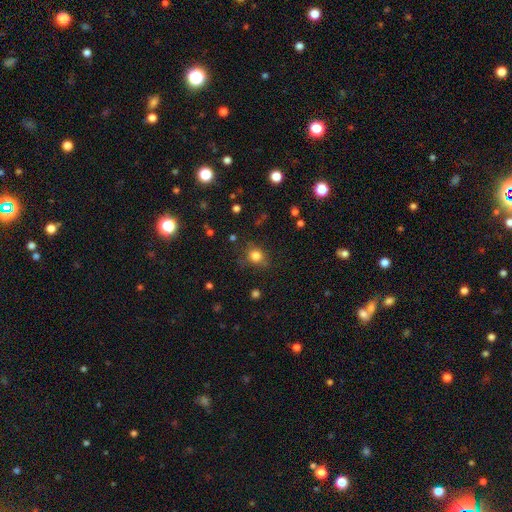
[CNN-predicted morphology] This appears to be a smooth galaxy with no disk features (79%) that is round (70%). Merging: none (73%).